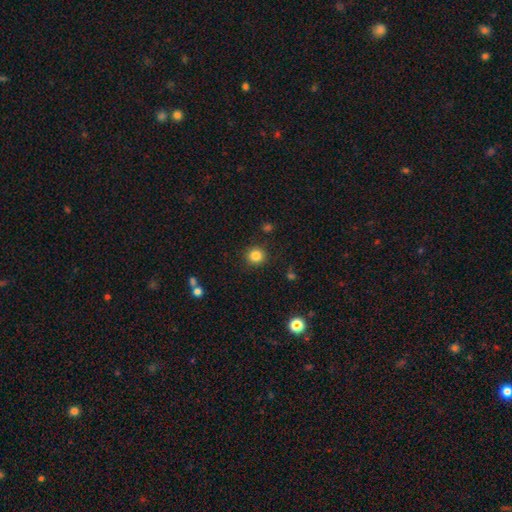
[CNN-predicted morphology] Smooth or featured?
  - smooth: 85% *
  - star or artifact: 11%
  - featured or disk: 4%
How rounded?
  - round: 91% *
  - in between: 8%
  - cigar-shaped: 1%
Merging?
  - none: 90% *
  - minor disturbance: 6%
  - major disturbance: 2%
  - merger: 2%